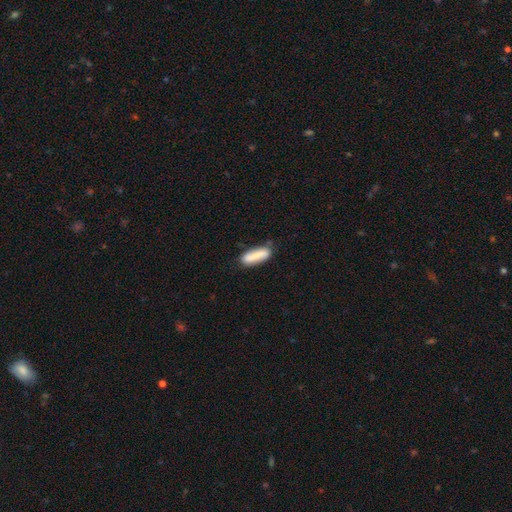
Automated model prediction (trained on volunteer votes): smooth_or_featured: smooth (p=0.78) [alt: featured or disk p=0.16]
how_rounded: cigar-shaped (p=0.55) [alt: in between p=0.43]
merging: none (p=0.72) [alt: minor disturbance p=0.20]